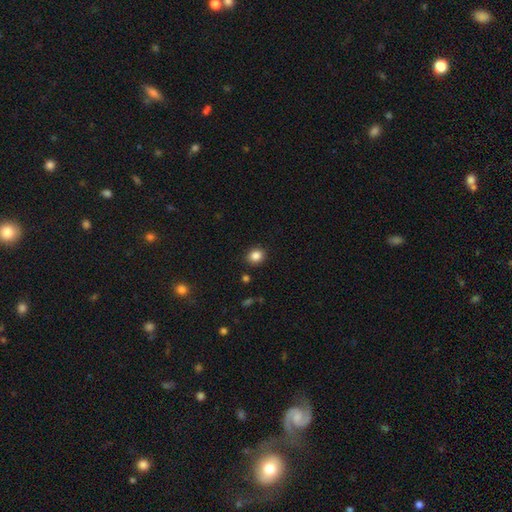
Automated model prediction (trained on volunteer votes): Smooth or featured?
  - smooth: 85% *
  - star or artifact: 10%
  - featured or disk: 4%
How rounded?
  - round: 70% *
  - in between: 29%
  - cigar-shaped: 1%
Merging?
  - none: 89% *
  - minor disturbance: 7%
  - major disturbance: 2%
  - merger: 1%